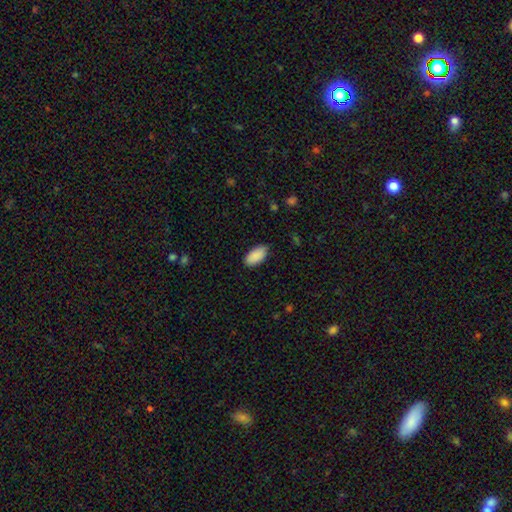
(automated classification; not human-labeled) smooth_or_featured: smooth (p=0.91) [alt: star or artifact p=0.06]
how_rounded: in between (p=0.95) [alt: cigar-shaped p=0.03]
merging: none (p=0.85) [alt: minor disturbance p=0.12]